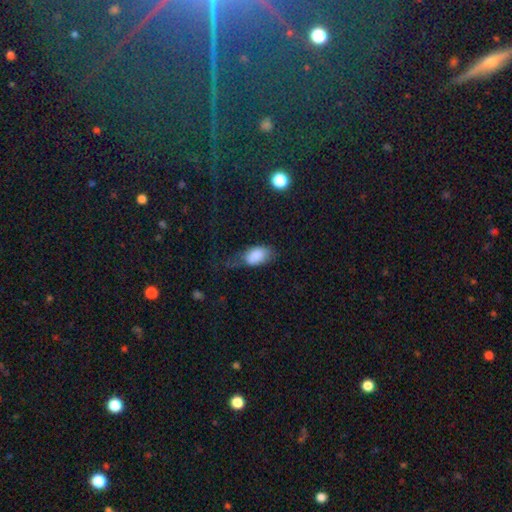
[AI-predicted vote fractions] Smooth or featured? smooth (83%)
How rounded? in between (92%)
Merging? none (36%)